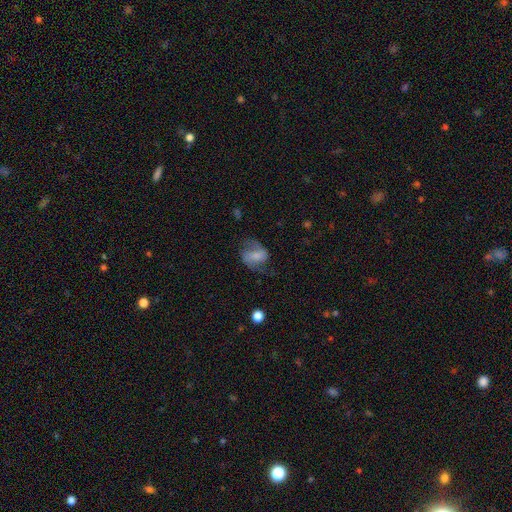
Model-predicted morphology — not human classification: Smooth or featured? featured or disk (62%)
Edge-on disk? no (97%)
Bar? weak (42%)
Spiral arms? yes (89%)
Spiral winding? loose (45%)
Spiral arm count? 2 (88%)
Bulge size? small (40%)
Merging? none (62%)